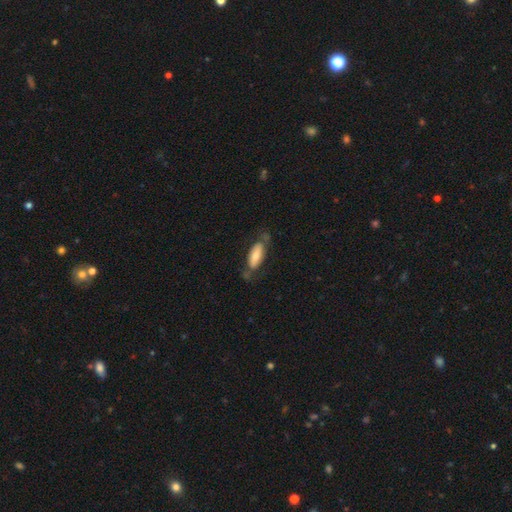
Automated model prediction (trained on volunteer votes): smooth_or_featured: smooth (p=0.63) [alt: featured or disk p=0.31]
how_rounded: in between (p=0.77) [alt: cigar-shaped p=0.21]
merging: none (p=0.55) [alt: minor disturbance p=0.26]